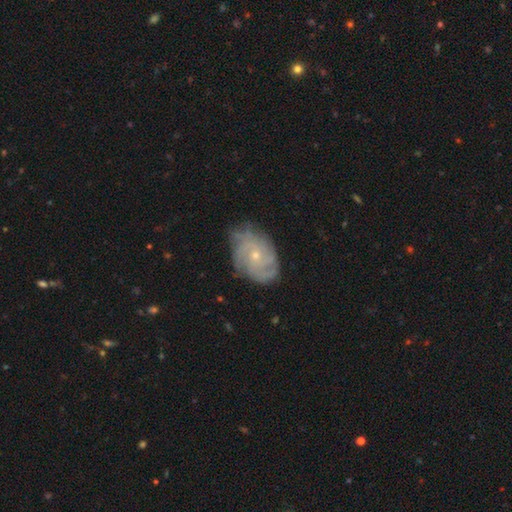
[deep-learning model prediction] Smooth or featured? featured or disk (78%)
Edge-on disk? no (96%)
Bar? no (78%)
Spiral arms? yes (93%)
Spiral winding? tight (63%)
Spiral arm count? can't tell (36%)
Bulge size? small (70%)
Merging? none (75%)